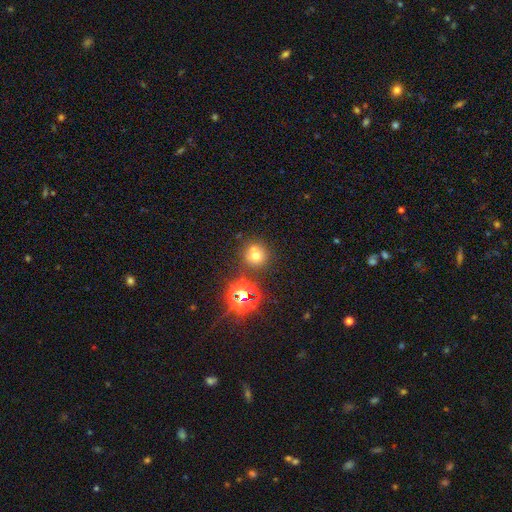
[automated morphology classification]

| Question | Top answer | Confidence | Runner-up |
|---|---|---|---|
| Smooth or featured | smooth | 62% | star or artifact (25%) |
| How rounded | round | 91% | in between (8%) |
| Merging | none | 66% | merger (21%) |